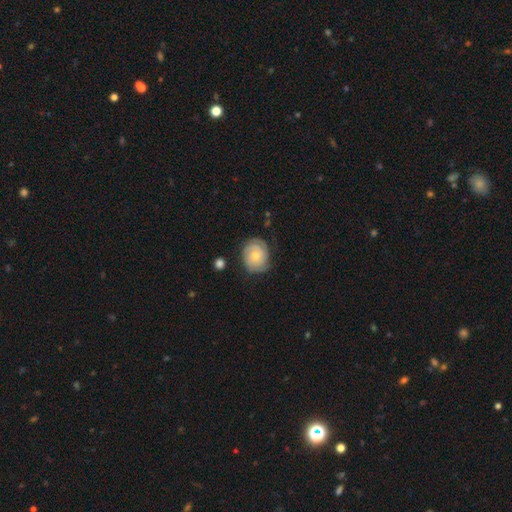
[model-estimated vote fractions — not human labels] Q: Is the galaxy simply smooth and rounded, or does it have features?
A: featured or disk — 57%.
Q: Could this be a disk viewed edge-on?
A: no — 97%.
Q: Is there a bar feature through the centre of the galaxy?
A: no — 81%.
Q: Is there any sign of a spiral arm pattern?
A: yes — 87%.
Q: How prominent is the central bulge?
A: small — 56%.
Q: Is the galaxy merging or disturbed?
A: none — 71%.